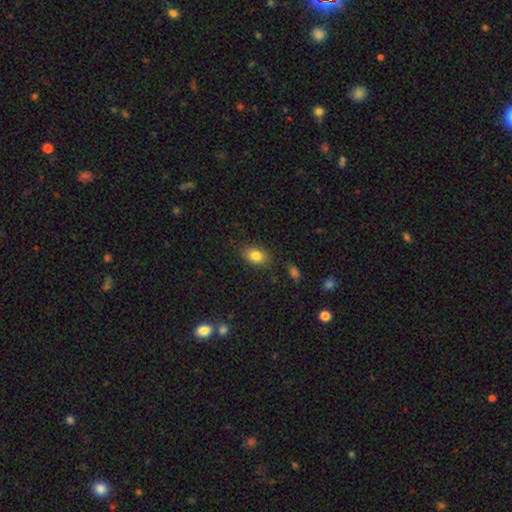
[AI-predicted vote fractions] smooth_or_featured: smooth (p=0.83) [alt: star or artifact p=0.09]
how_rounded: in between (p=0.81) [alt: round p=0.17]
merging: none (p=0.83) [alt: minor disturbance p=0.12]